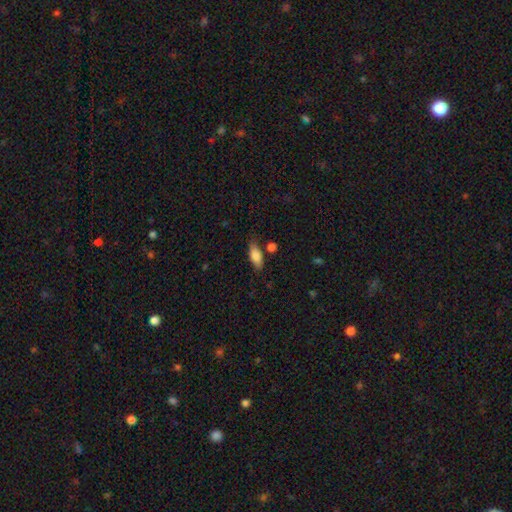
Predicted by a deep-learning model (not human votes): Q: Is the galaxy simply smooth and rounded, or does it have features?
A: smooth — 82%.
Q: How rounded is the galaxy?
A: in between — 80%.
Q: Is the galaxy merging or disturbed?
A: none — 73%.